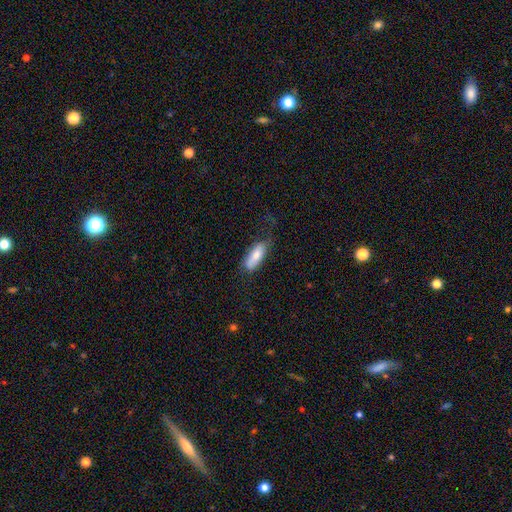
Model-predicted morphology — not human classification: A smooth galaxy with no disk features (75%) that is in between round and cigar-shaped (70%). Merging: none (59%).